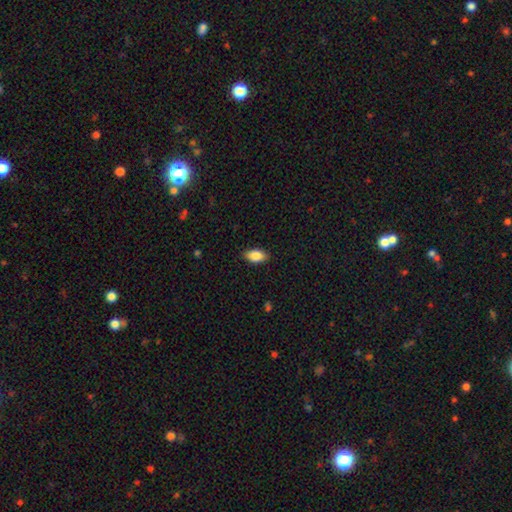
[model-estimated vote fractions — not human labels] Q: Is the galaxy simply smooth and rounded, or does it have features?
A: smooth — 86%.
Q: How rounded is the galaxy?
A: in between — 92%.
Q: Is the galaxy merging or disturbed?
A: none — 87%.